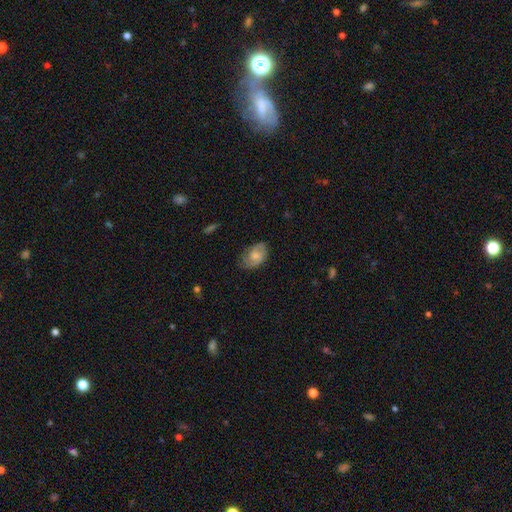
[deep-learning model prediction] A featured or disk galaxy (51%). Merging: none (67%).